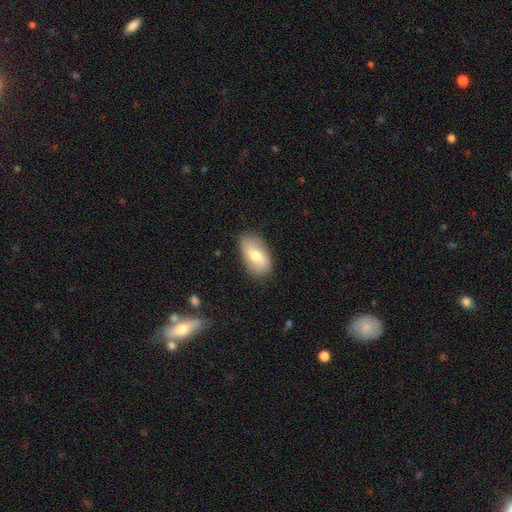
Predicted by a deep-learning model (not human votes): smooth 68%, featured or disk 26%, star or artifact 7%. Down the decision tree: how rounded — in between (92%); merging — none (82%).